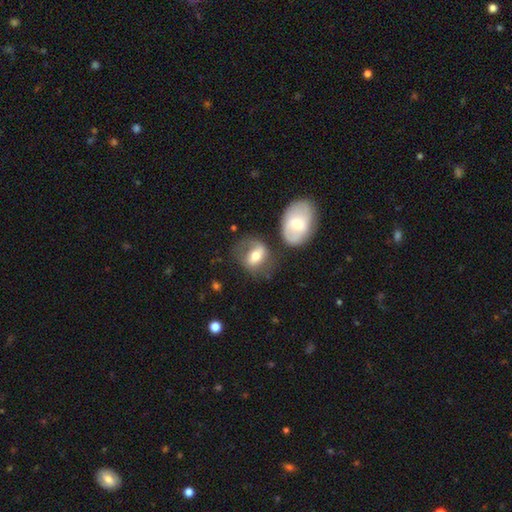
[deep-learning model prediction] Overall: smooth (51%; featured or disk 41%). How rounded: in between (59%; round 39%). Merging: none (48%; minor disturbance 21%).